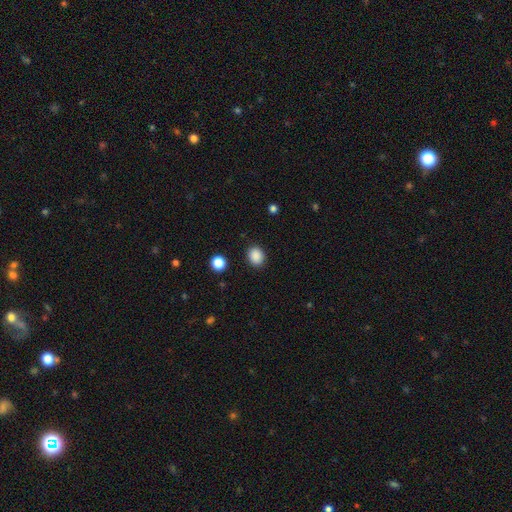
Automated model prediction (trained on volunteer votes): smooth 88%, star or artifact 10%, featured or disk 3%. Down the decision tree: how rounded — round (60%); merging — none (89%).